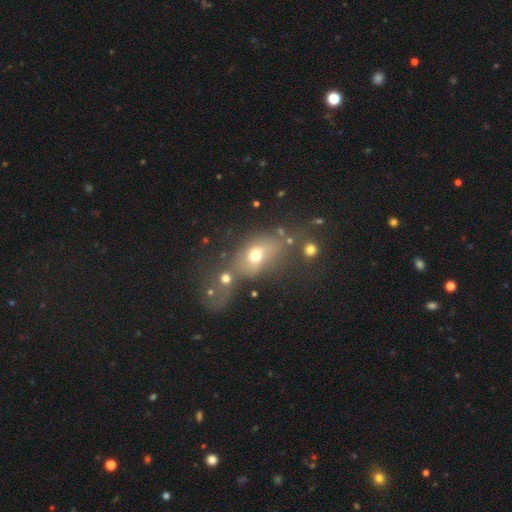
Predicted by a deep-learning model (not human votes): smooth 64%, featured or disk 20%, star or artifact 16%. Down the decision tree: how rounded — in between (67%); merging — none (39%).